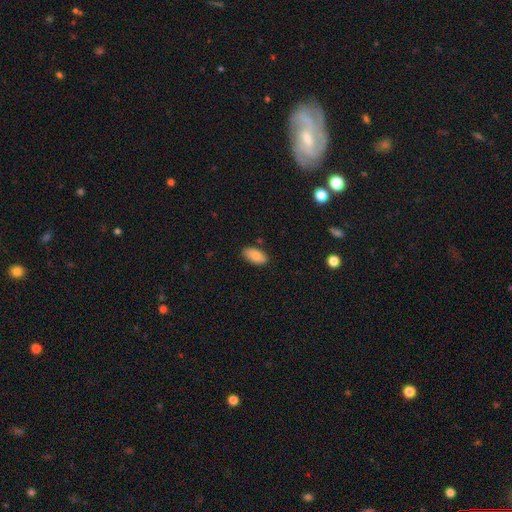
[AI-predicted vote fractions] smooth_or_featured: smooth (p=0.82) [alt: featured or disk p=0.11]
how_rounded: in between (p=0.94) [alt: cigar-shaped p=0.03]
merging: none (p=0.84) [alt: minor disturbance p=0.12]